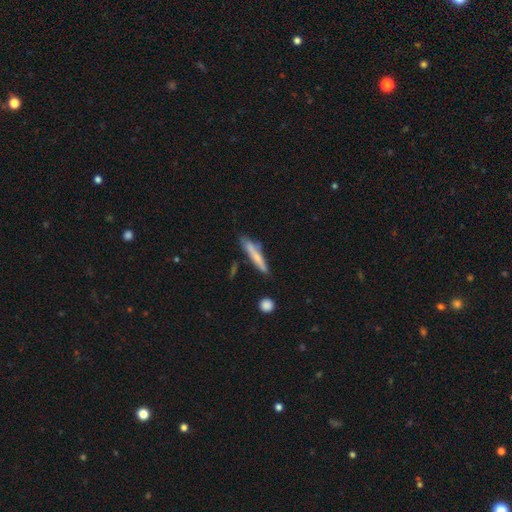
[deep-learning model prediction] smooth-or-featured: smooth: 62% | featured or disk: 31% | star or artifact: 6%
  how-rounded: cigar-shaped: 91% | in between: 7% | round: 2%
  merging: none: 73% | minor disturbance: 17% | merger: 6% | major disturbance: 4%